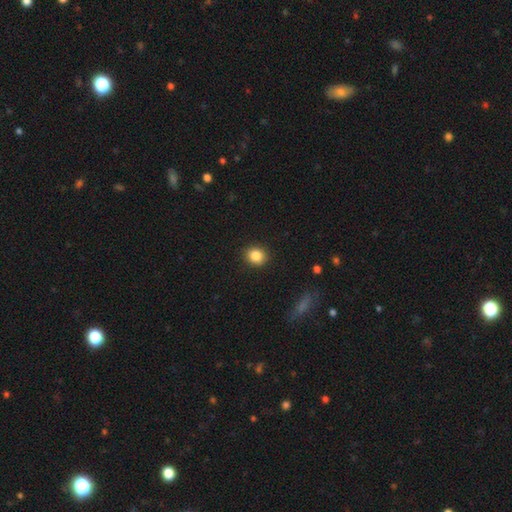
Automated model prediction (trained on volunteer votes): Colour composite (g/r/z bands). It shows a smooth galaxy with no disk features (85%) that is round (76%). Merging: none (90%).